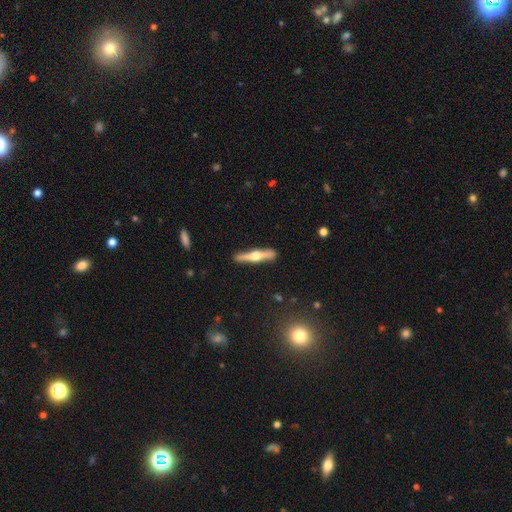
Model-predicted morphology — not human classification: Smooth or featured: featured or disk — 67% (smooth — 28%)
Edge-on disk: yes — 97% (no — 3%)
Edge-on bulge: rounded — 93% (boxy — 4%)
Merging: none — 89% (minor disturbance — 8%)